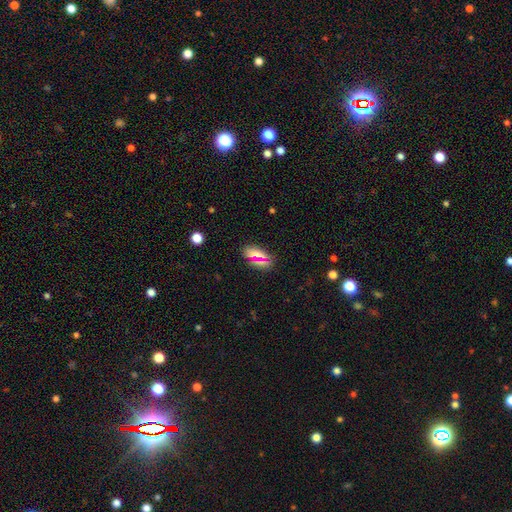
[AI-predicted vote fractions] Smooth or featured? Predicted: smooth (p=0.71). How rounded? Predicted: in between (p=0.80). Merging? Predicted: none (p=0.82).